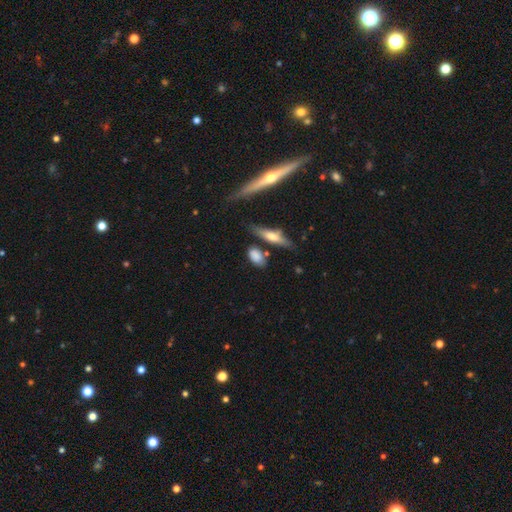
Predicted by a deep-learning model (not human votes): Smooth or featured? smooth (76%)
How rounded? in between (75%)
Merging? none (63%)